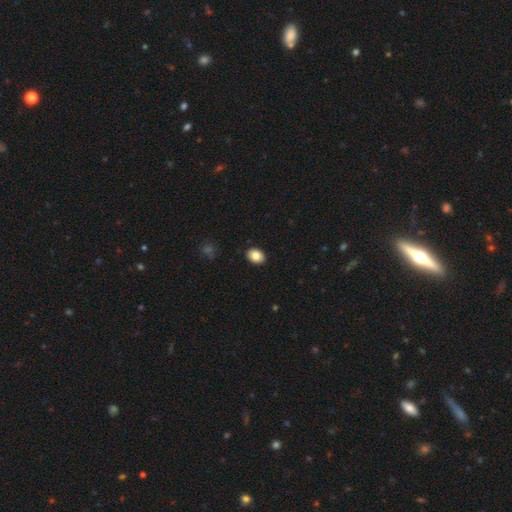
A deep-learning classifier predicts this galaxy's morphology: This appears to be a smooth galaxy with no disk features (83%) that is in between round and cigar-shaped (68%). Merging: none (90%).